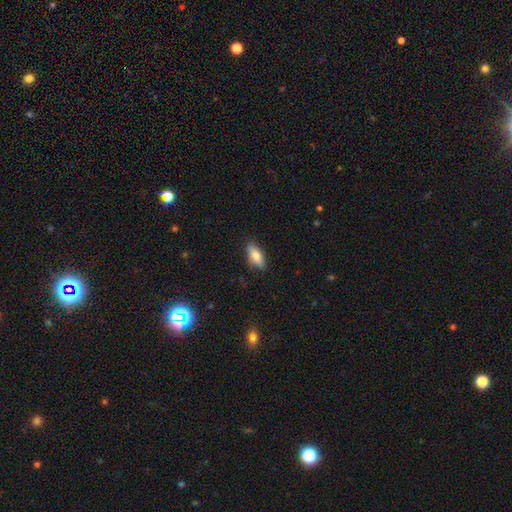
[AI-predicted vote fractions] Smooth or featured: smooth — 73% (featured or disk — 20%)
How rounded: in between — 73% (cigar-shaped — 24%)
Merging: none — 84% (minor disturbance — 12%)